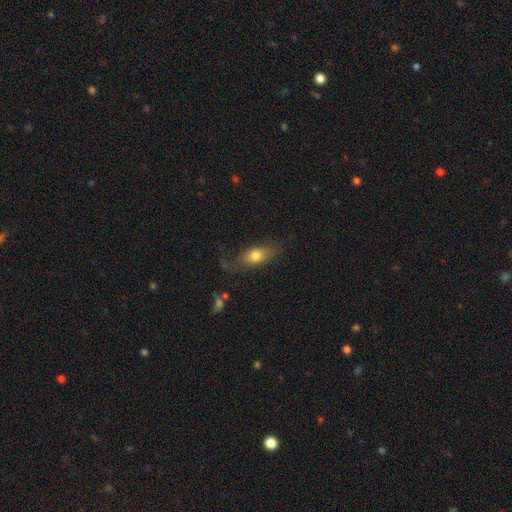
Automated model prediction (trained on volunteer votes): A smooth galaxy with no disk features (69%) that is in between round and cigar-shaped (77%).

Vote fractions:
- Smooth or featured? smooth: 69% / featured or disk: 22% / star or artifact: 8%
- How rounded? in between: 77% / cigar-shaped: 14% / round: 9%
- Merging? none: 55% / minor disturbance: 23% / major disturbance: 19% / merger: 3%